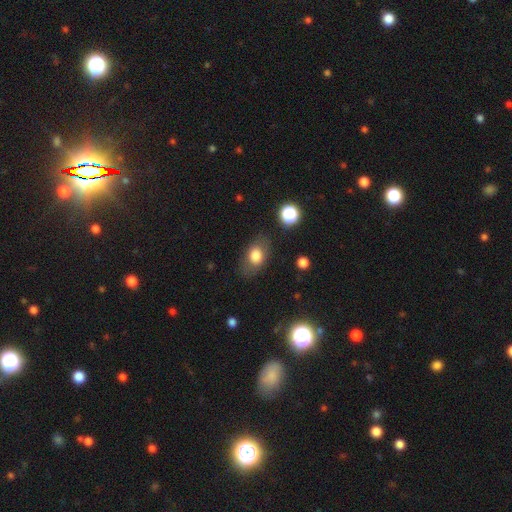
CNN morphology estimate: smooth_or_featured: smooth (p=0.77) [alt: featured or disk p=0.14]
how_rounded: in between (p=0.78) [alt: round p=0.20]
merging: none (p=0.75) [alt: minor disturbance p=0.16]